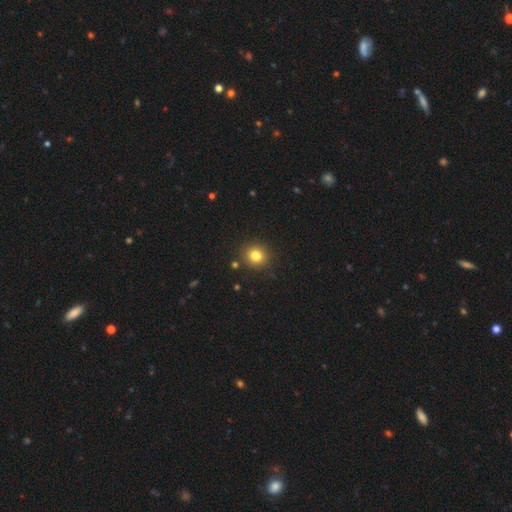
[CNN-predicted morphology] Smooth or featured? smooth (81%)
How rounded? round (86%)
Merging? none (89%)